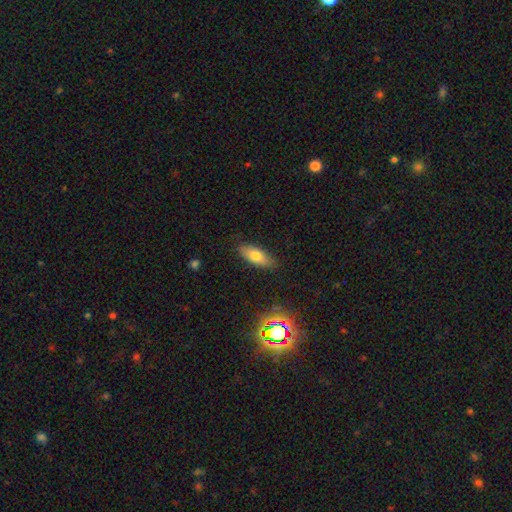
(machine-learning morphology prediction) Q: Smooth or featured?
A: smooth (72%); runner-up: featured or disk (18%)
Q: How rounded?
A: in between (74%); runner-up: cigar-shaped (23%)
Q: Merging?
A: none (84%); runner-up: minor disturbance (12%)